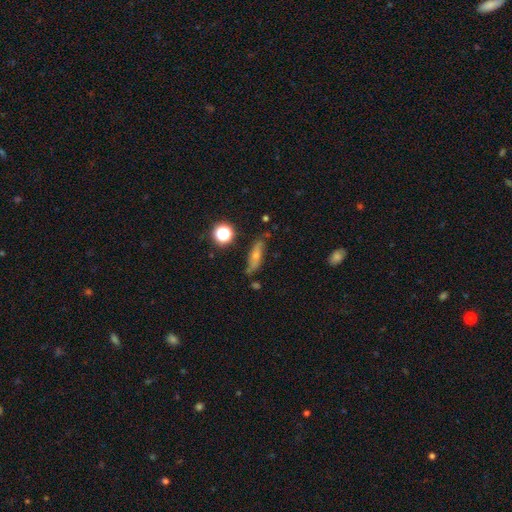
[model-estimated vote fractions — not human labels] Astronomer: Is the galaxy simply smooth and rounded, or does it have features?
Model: smooth — 55% (runner-up: featured or disk, 32%).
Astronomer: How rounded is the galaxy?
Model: in between — 48% (runner-up: cigar-shaped, 45%).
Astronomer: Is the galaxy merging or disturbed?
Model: none — 69%.